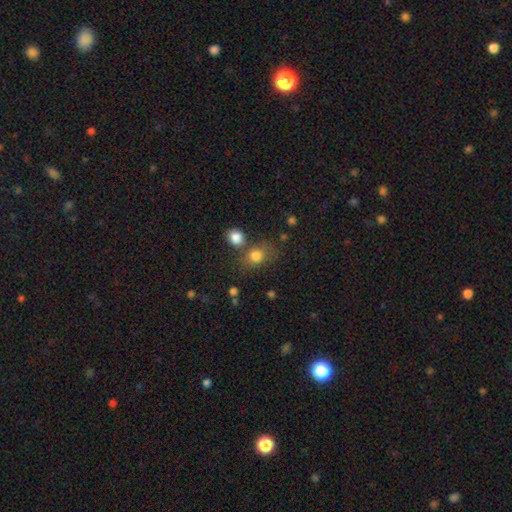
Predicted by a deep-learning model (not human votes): Morphology: type=smooth (80%); roundness=round (54%); merging=none (56%).